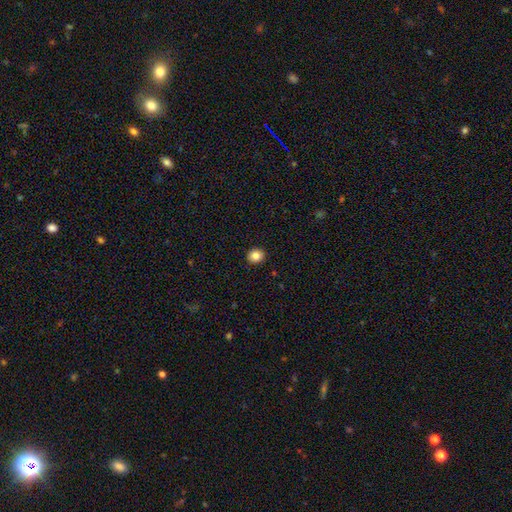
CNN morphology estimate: The model was most divided on "how rounded": round: 74%, in between: 25%, cigar-shaped: 1%. More confident: merging — none (92%); smooth or featured — smooth (83%).